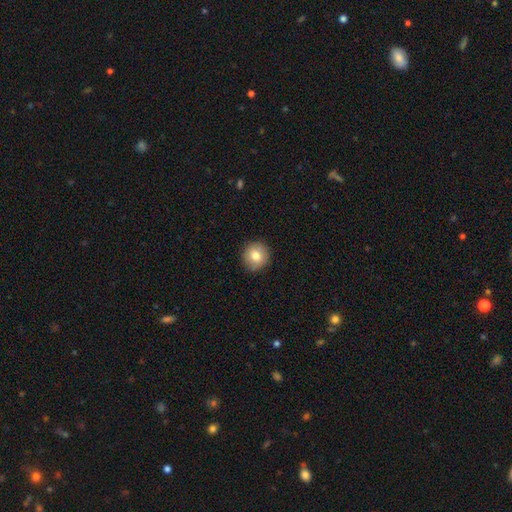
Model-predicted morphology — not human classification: This is likely a smooth galaxy (80%). How rounded: clearly round (92%). Merging: clearly none (89%).